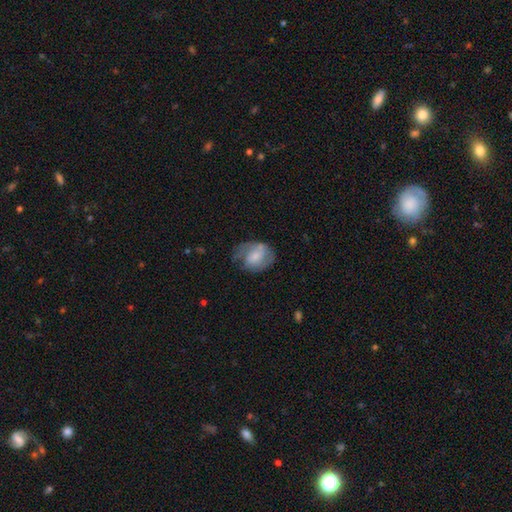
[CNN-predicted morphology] This is possibly a featured or disk galaxy (55%). It is clearly not viewed edge-on (97%). Bar: possibly no (48%). Spiral arm pattern: clearly yes (81%). Central bulge: marginally small (42%). Merging: possibly none (52%).